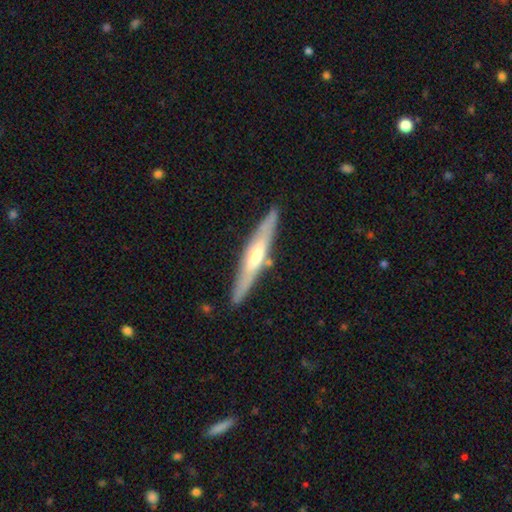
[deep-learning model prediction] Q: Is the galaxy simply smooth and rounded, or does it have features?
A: featured or disk — 68%.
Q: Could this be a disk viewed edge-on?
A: yes — 94%.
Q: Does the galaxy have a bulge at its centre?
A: rounded — 73%.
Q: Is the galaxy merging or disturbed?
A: none — 86%.